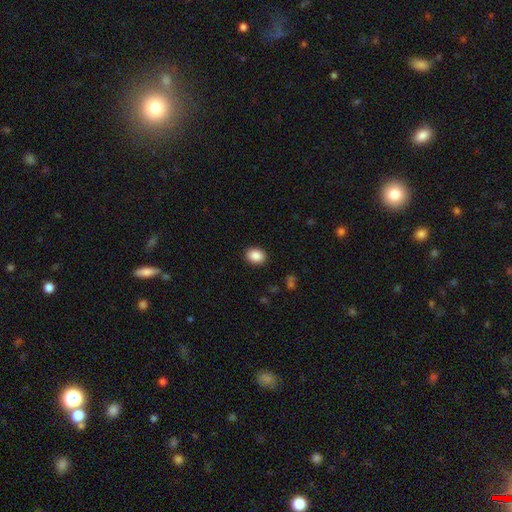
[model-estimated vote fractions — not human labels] Smooth or featured: smooth — 88% (star or artifact — 8%)
How rounded: in between — 59% (round — 40%)
Merging: none — 89% (minor disturbance — 7%)